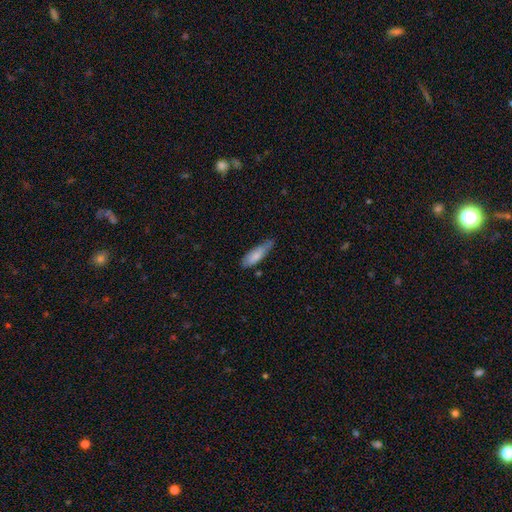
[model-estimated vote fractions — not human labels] This is likely a smooth galaxy (79%). How rounded: possibly cigar-shaped (50%). Merging: possibly none (56%).